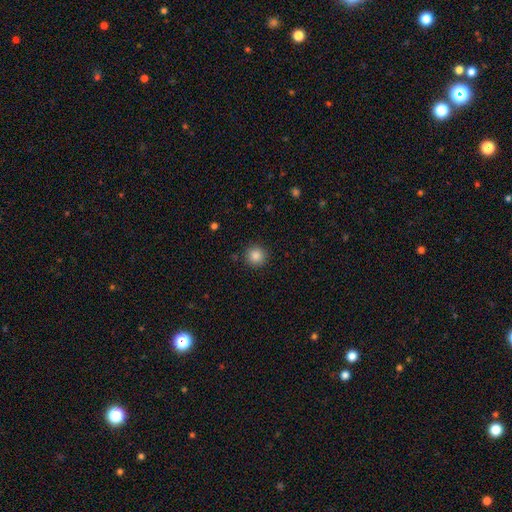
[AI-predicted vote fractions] Smooth or featured? Predicted: smooth (p=0.86). How rounded? Predicted: round (p=0.94). Merging? Predicted: none (p=0.90).